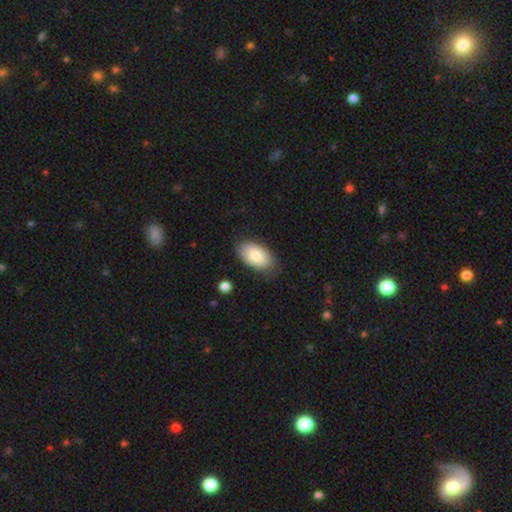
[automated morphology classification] Smooth or featured? smooth (81%)
How rounded? in between (94%)
Merging? none (79%)